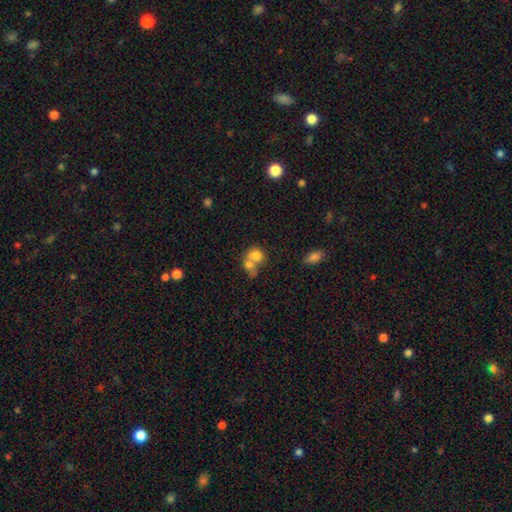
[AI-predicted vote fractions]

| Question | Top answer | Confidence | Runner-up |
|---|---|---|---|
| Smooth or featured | smooth | 70% | featured or disk (20%) |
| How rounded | round | 52% | in between (47%) |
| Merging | merger | 68% | none (21%) |